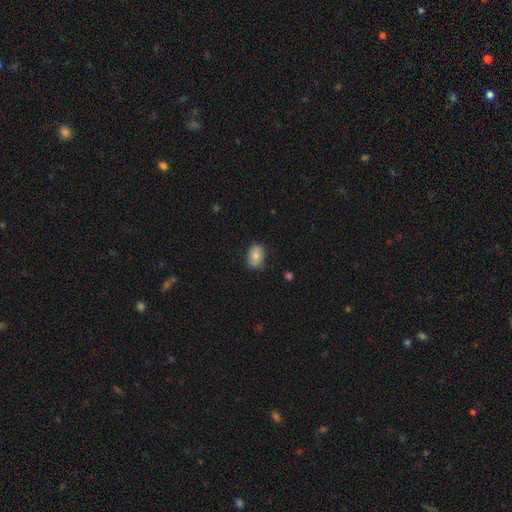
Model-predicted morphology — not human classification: A smooth galaxy with no disk features (73%) that is in between round and cigar-shaped (75%).

Vote fractions:
- Smooth or featured? smooth: 73% / featured or disk: 19% / star or artifact: 8%
- How rounded? in between: 75% / round: 24% / cigar-shaped: 1%
- Merging? none: 77% / minor disturbance: 18% / major disturbance: 3% / merger: 1%